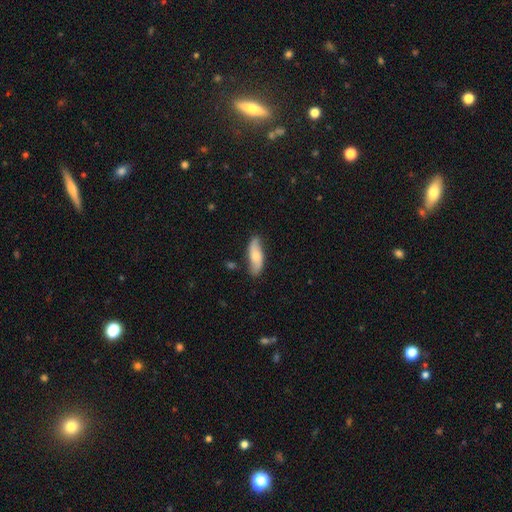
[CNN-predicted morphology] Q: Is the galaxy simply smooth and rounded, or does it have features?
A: smooth — 63%.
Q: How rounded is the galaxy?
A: in between — 64%.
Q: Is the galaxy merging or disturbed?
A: none — 78%.